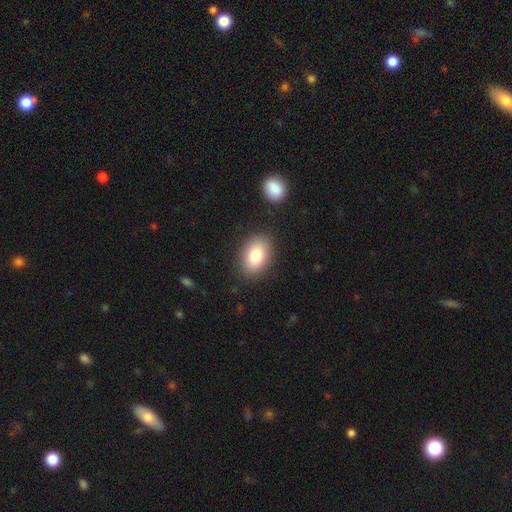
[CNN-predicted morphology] smooth_or_featured: smooth (p=0.83) [alt: featured or disk p=0.09]
how_rounded: in between (p=0.84) [alt: round p=0.15]
merging: none (p=0.85) [alt: minor disturbance p=0.10]